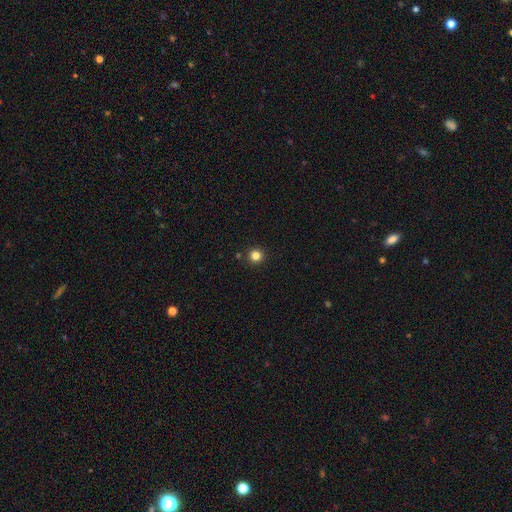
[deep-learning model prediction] A smooth galaxy with no disk features (82%) that is round (95%). Merging: none (92%).